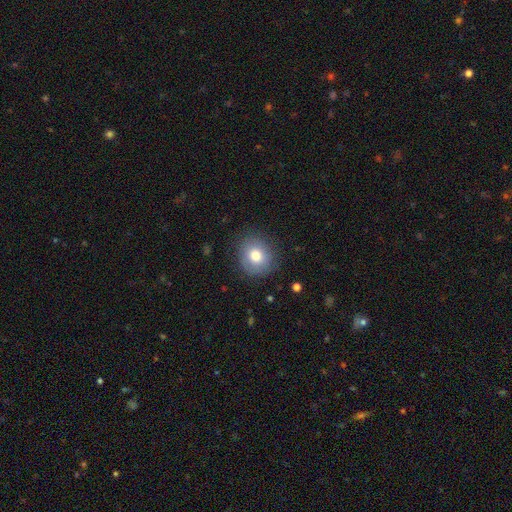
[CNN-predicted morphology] Q: Smooth or featured?
A: smooth (77%); runner-up: featured or disk (13%)
Q: How rounded?
A: round (82%); runner-up: in between (17%)
Q: Merging?
A: none (84%); runner-up: minor disturbance (11%)